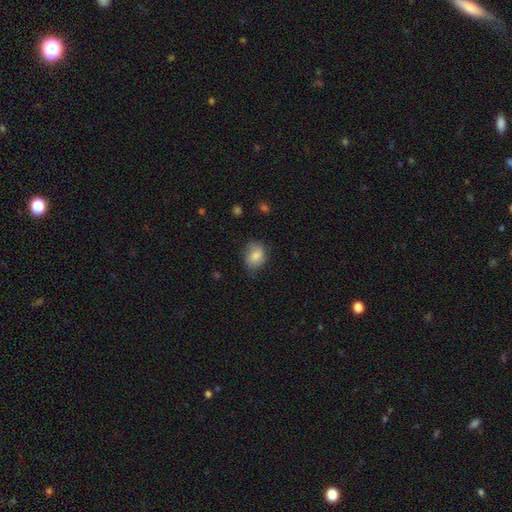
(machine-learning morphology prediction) Smooth or featured?
  - smooth: 81% *
  - featured or disk: 11%
  - star or artifact: 8%
How rounded?
  - in between: 54% *
  - round: 45%
  - cigar-shaped: 1%
Merging?
  - none: 67% *
  - minor disturbance: 26%
  - major disturbance: 6%
  - merger: 1%